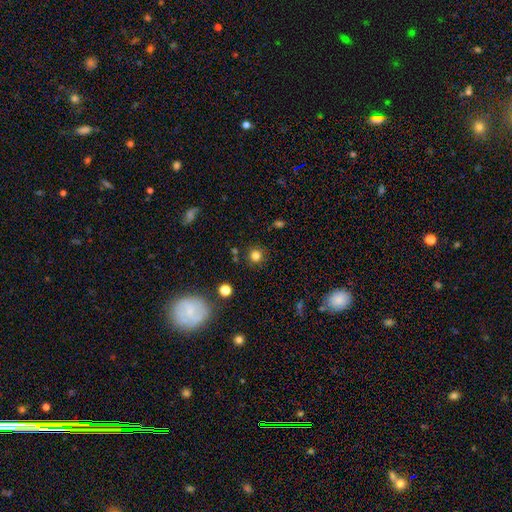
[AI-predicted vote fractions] smooth-or-featured: smooth: 80% | star or artifact: 15% | featured or disk: 5%
  how-rounded: round: 93% | in between: 6% | cigar-shaped: 1%
  merging: none: 85% | minor disturbance: 9% | merger: 3% | major disturbance: 3%